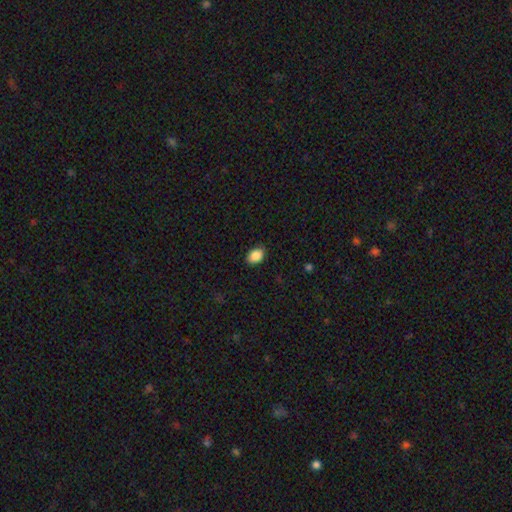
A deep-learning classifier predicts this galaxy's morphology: A smooth galaxy with no disk features (88%) that is in between round and cigar-shaped (75%).

Vote fractions:
- Smooth or featured? smooth: 88% / star or artifact: 8% / featured or disk: 4%
- How rounded? in between: 75% / round: 24% / cigar-shaped: 1%
- Merging? none: 86% / minor disturbance: 10% / major disturbance: 2% / merger: 1%